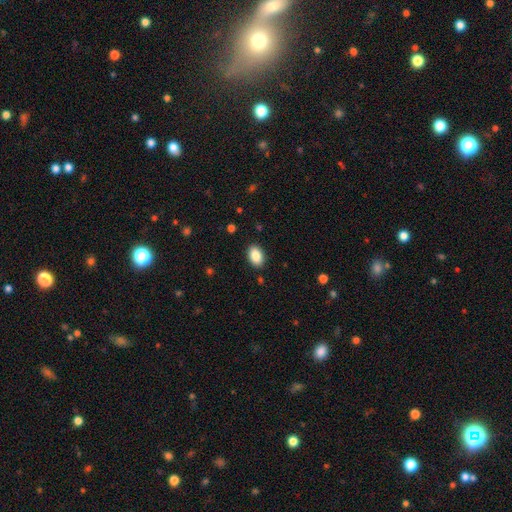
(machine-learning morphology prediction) Smooth or featured?
  - smooth: 87% *
  - star or artifact: 8%
  - featured or disk: 5%
How rounded?
  - in between: 86% *
  - round: 13%
  - cigar-shaped: 1%
Merging?
  - none: 89% *
  - minor disturbance: 8%
  - major disturbance: 2%
  - merger: 1%